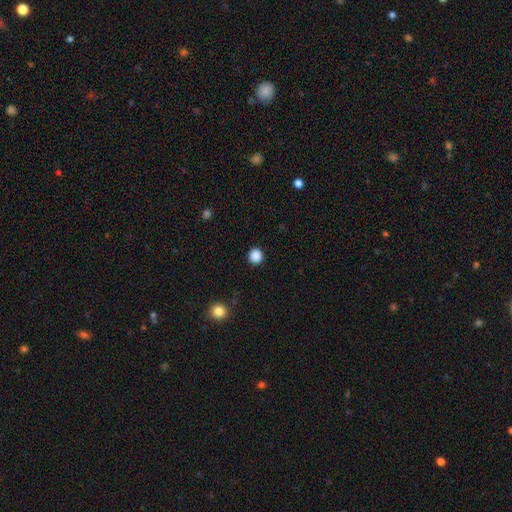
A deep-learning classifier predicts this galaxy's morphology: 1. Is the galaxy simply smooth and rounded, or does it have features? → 87% smooth, 10% star or artifact, 2% featured or disk.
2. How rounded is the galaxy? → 93% round, 6% in between, 1% cigar-shaped.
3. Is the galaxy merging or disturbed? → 91% none, 6% minor disturbance, 2% major disturbance, 1% merger.